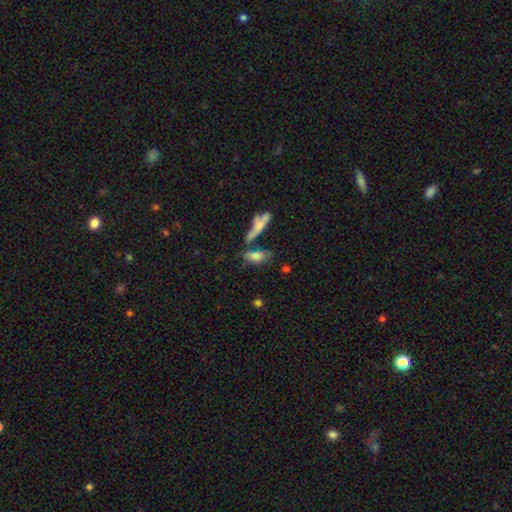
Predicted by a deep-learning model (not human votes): A smooth galaxy with no disk features (69%) that is in between round and cigar-shaped (70%). Merging: none (40%).